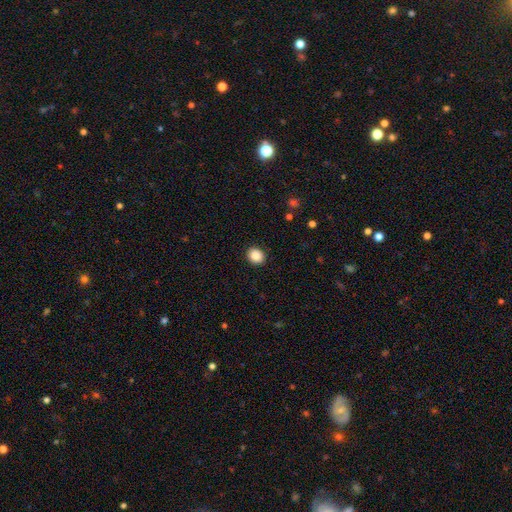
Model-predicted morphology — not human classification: smooth 89%, star or artifact 9%, featured or disk 3%. Down the decision tree: how rounded — round (65%); merging — none (91%).